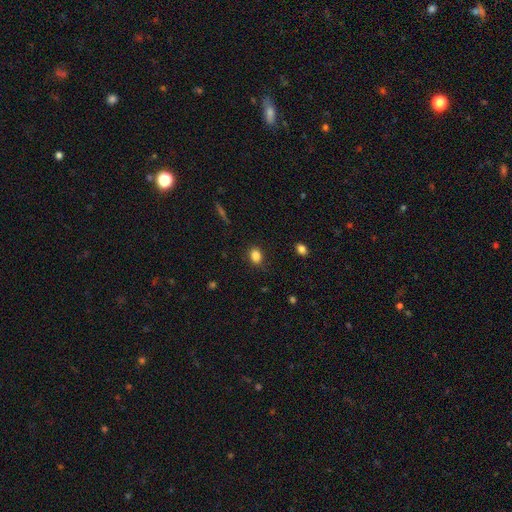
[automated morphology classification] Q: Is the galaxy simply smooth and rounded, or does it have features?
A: smooth — 84%.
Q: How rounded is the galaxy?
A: in between — 59%.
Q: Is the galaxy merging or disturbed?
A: none — 83%.